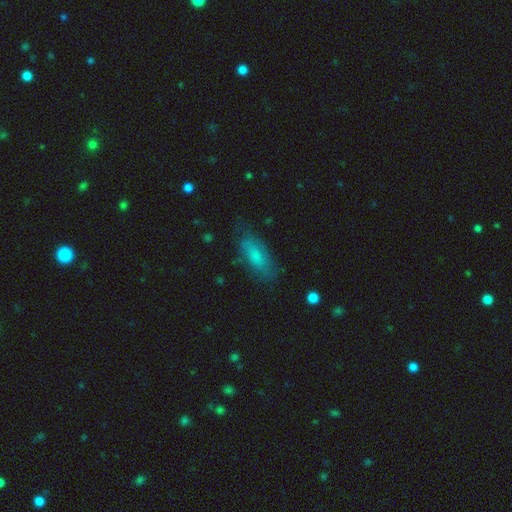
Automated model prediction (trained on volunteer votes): This appears to be a smooth galaxy with no disk features (72%) that is in between round and cigar-shaped (74%). Merging: none (69%).